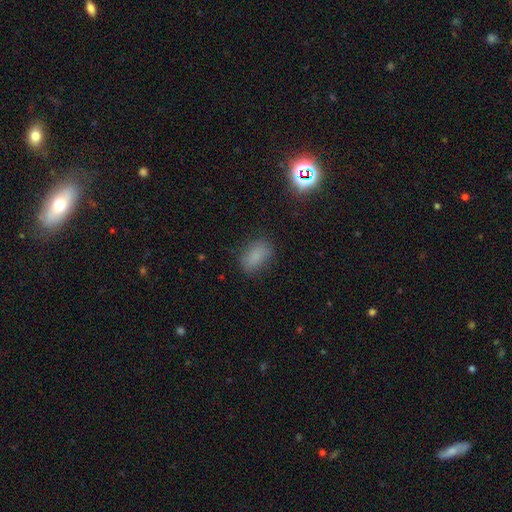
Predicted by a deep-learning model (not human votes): Smooth or featured?
  - smooth: 79% *
  - star or artifact: 15%
  - featured or disk: 6%
How rounded?
  - in between: 86% *
  - round: 12%
  - cigar-shaped: 2%
Merging?
  - none: 78% *
  - minor disturbance: 16%
  - major disturbance: 5%
  - merger: 1%